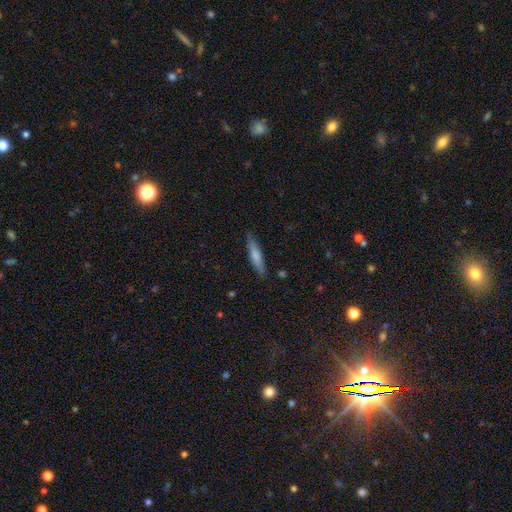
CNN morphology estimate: This appears to be a smooth galaxy with no disk features (72%) that is cigar-shaped (85%). Merging: none (83%).